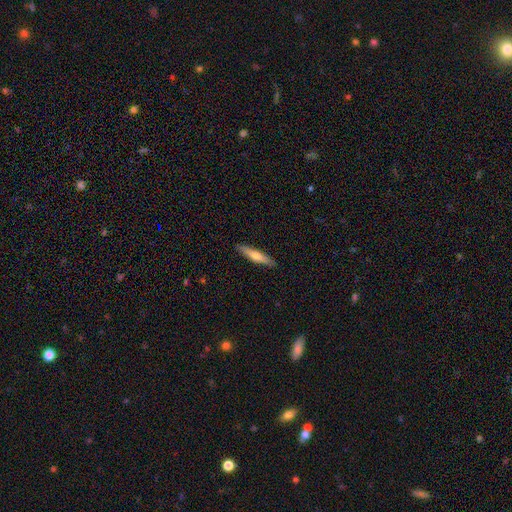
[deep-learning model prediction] This is possibly a smooth galaxy (56%). How rounded: clearly cigar-shaped (86%). Merging: clearly none (90%).